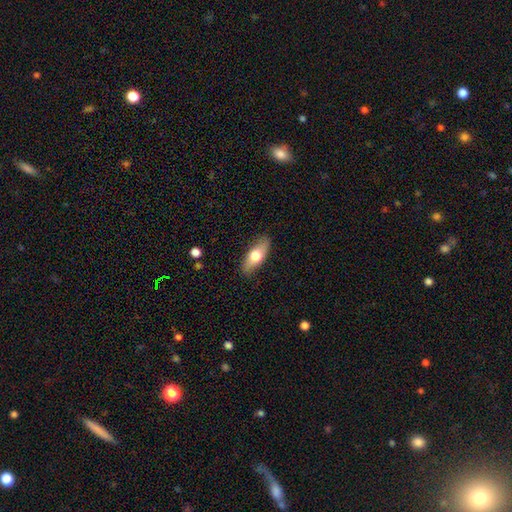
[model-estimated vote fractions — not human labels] A smooth galaxy with no disk features (66%) that is in between round and cigar-shaped (75%).

Vote fractions:
- Smooth or featured? smooth: 66% / featured or disk: 28% / star or artifact: 6%
- How rounded? in between: 75% / cigar-shaped: 22% / round: 3%
- Merging? none: 86% / minor disturbance: 11% / major disturbance: 2% / merger: 1%